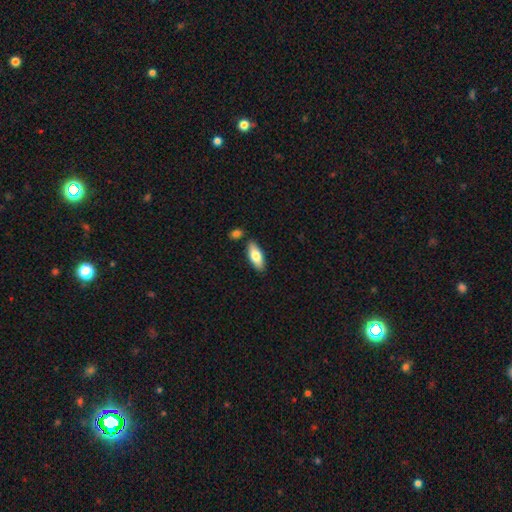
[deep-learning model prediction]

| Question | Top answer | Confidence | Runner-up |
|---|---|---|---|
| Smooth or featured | smooth | 75% | featured or disk (19%) |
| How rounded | in between | 78% | cigar-shaped (20%) |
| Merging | none | 82% | minor disturbance (10%) |